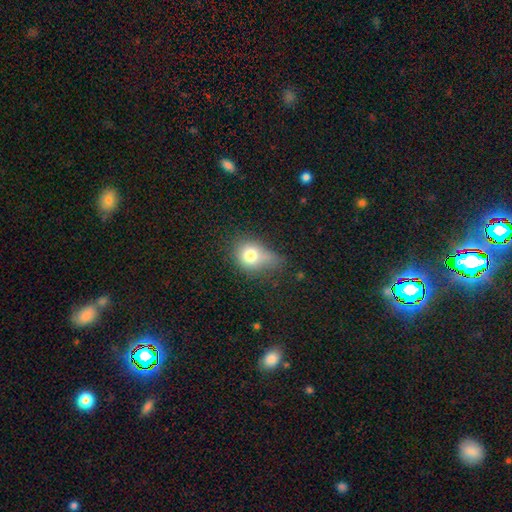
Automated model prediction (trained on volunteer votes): Morphology: type=smooth (75%); roundness=round (59%); merging=minor disturbance (38%).